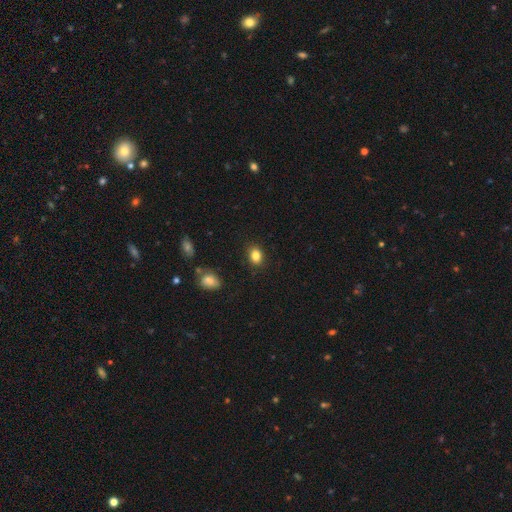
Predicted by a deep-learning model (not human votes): A smooth galaxy with no disk features (84%) that is in between round and cigar-shaped (62%).

Vote fractions:
- Smooth or featured? smooth: 84% / star or artifact: 10% / featured or disk: 5%
- How rounded? in between: 62% / round: 36% / cigar-shaped: 1%
- Merging? none: 87% / minor disturbance: 9% / major disturbance: 2% / merger: 1%